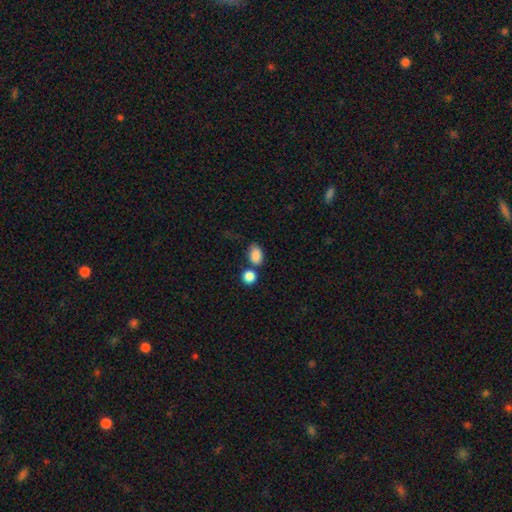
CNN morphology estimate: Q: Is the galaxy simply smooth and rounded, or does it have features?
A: smooth — 86%.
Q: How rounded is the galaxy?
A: in between — 77%.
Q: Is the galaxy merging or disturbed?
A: none — 56%.